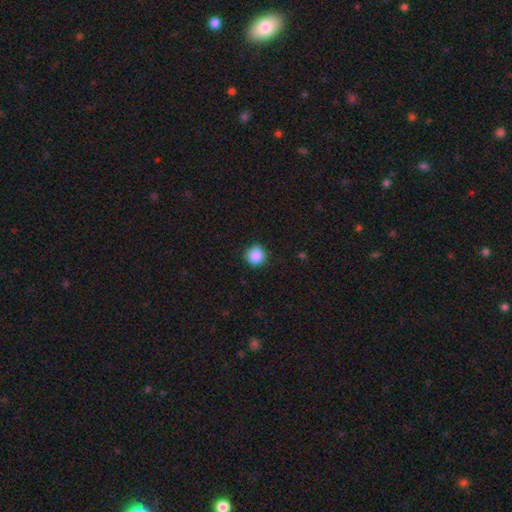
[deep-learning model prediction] This appears to be a smooth galaxy with no disk features (88%) that is round (93%). Merging: none (87%).